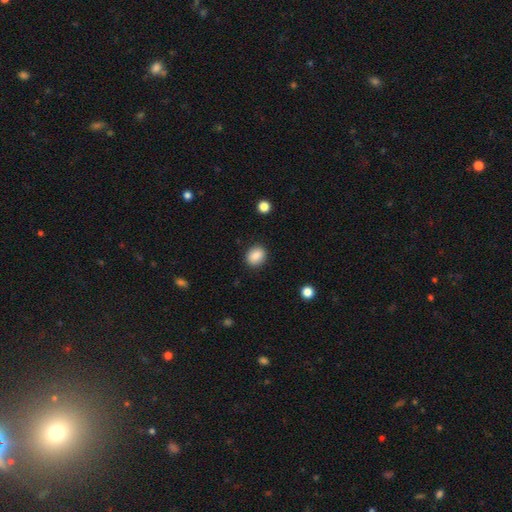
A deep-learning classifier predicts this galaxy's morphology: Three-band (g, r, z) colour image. It shows a smooth galaxy with no disk features (88%) that is round (56%). Merging: none (89%).